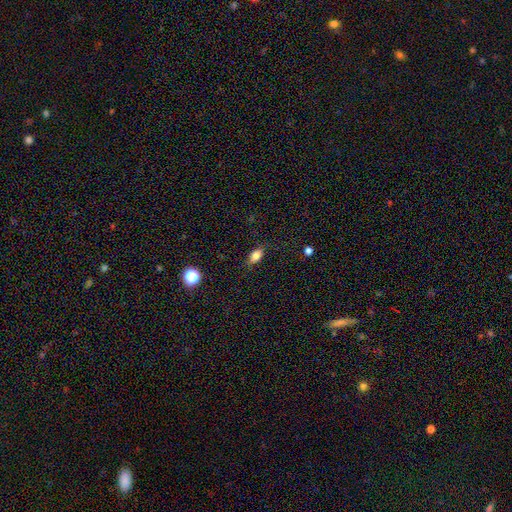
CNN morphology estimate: A smooth galaxy with no disk features (80%) that is in between round and cigar-shaped (81%). Merging: none (79%).